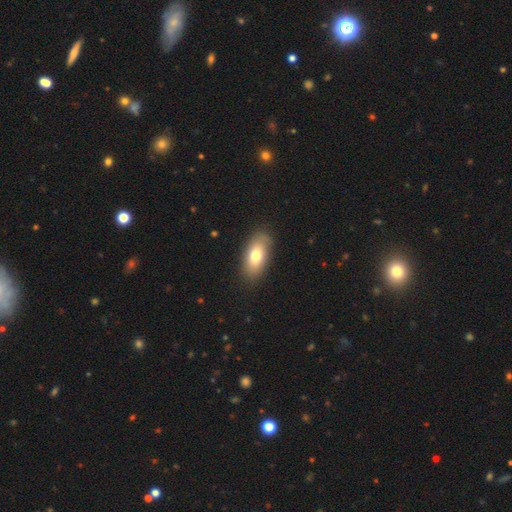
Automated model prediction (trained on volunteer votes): Overall: smooth (76%). How rounded: in between (89%). Merging: none (84%).